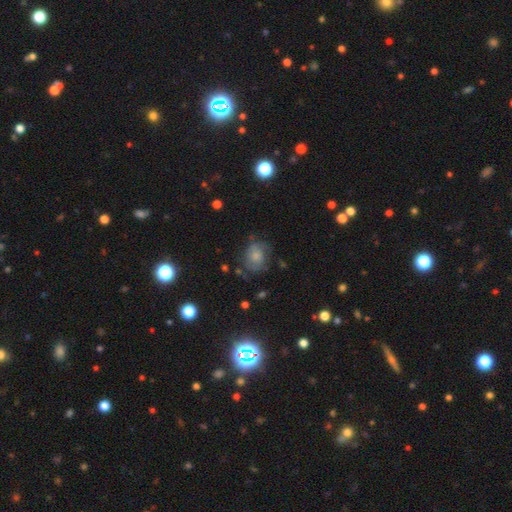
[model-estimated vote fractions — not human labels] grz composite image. It shows a smooth galaxy with no disk features (61%) that is round (58%). Merging: none (53%).